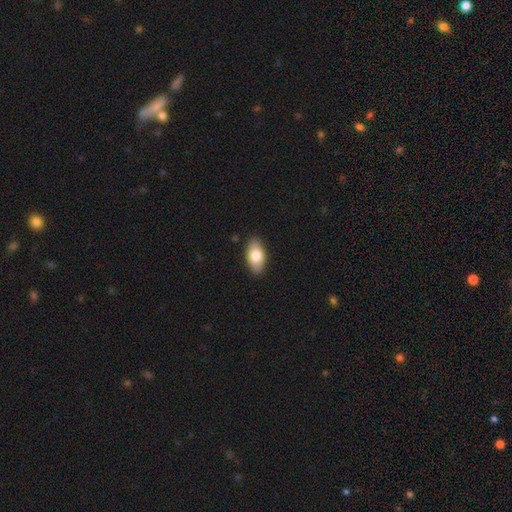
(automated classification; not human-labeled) Overall: smooth (80%). How rounded: in between (93%). Merging: none (89%).